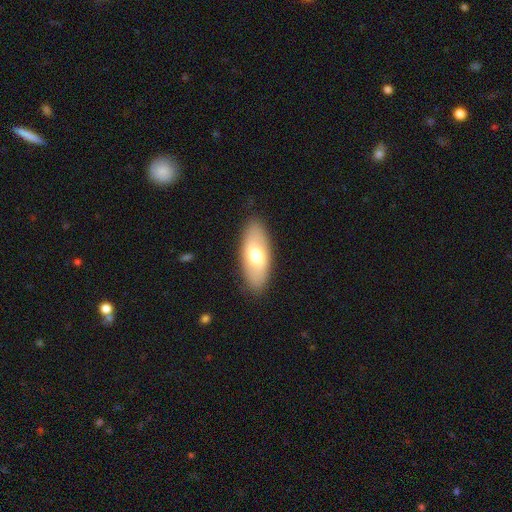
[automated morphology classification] smooth-or-featured: smooth: 64% | featured or disk: 30% | star or artifact: 6%
  how-rounded: in between: 86% | cigar-shaped: 11% | round: 3%
  merging: none: 88% | minor disturbance: 9% | major disturbance: 2% | merger: 1%